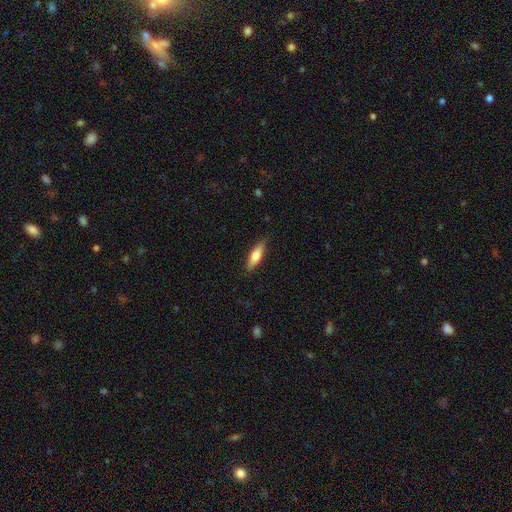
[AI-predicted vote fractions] Smooth or featured? smooth (68%)
How rounded? cigar-shaped (59%)
Merging? none (86%)